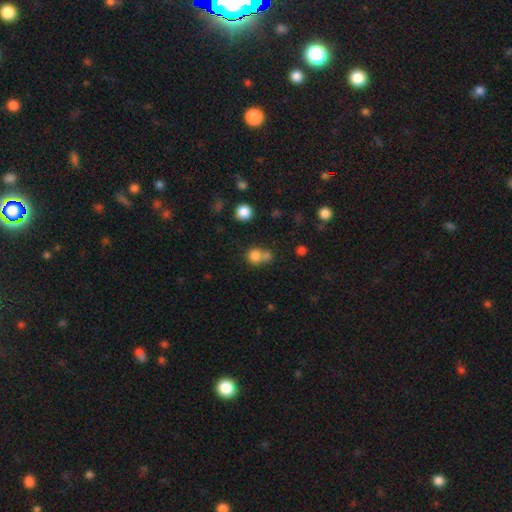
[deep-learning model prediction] Smooth or featured: smooth — 78% (star or artifact — 13%)
How rounded: round — 84% (in between — 15%)
Merging: merger — 45% (none — 42%)